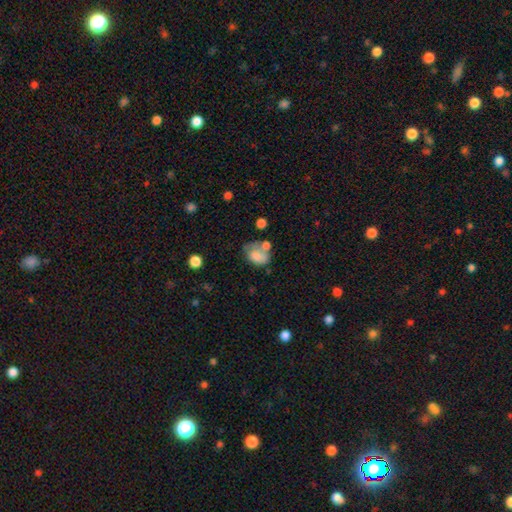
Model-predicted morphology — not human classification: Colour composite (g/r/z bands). It shows a smooth galaxy with no disk features (73%) that is in between round and cigar-shaped (73%). Merging: none (32%).